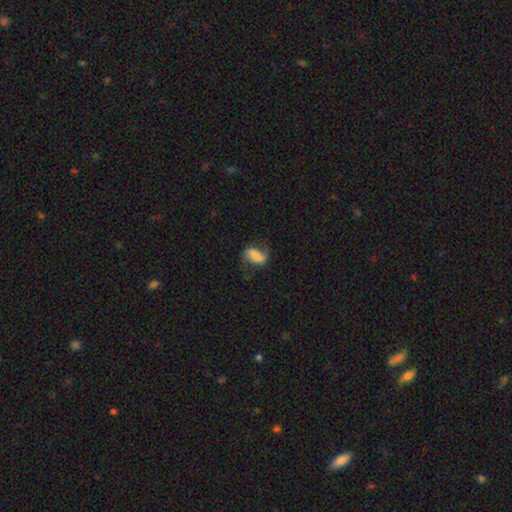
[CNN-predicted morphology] Smooth or featured: featured or disk — 48% (smooth — 42%)
Merging: none — 60% (minor disturbance — 22%)